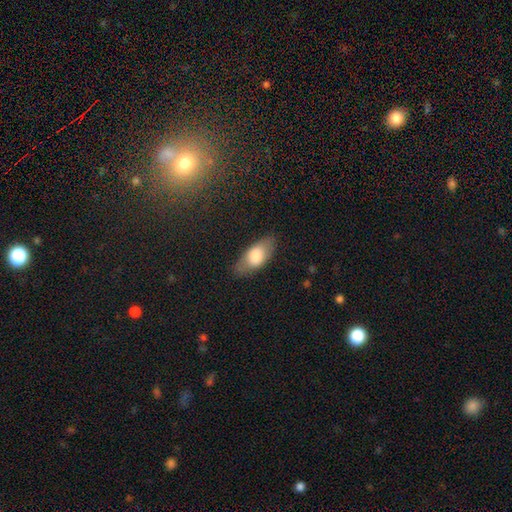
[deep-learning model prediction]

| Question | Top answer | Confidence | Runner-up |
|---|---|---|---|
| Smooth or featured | smooth | 75% | featured or disk (19%) |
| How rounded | in between | 85% | cigar-shaped (11%) |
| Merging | none | 78% | minor disturbance (16%) |